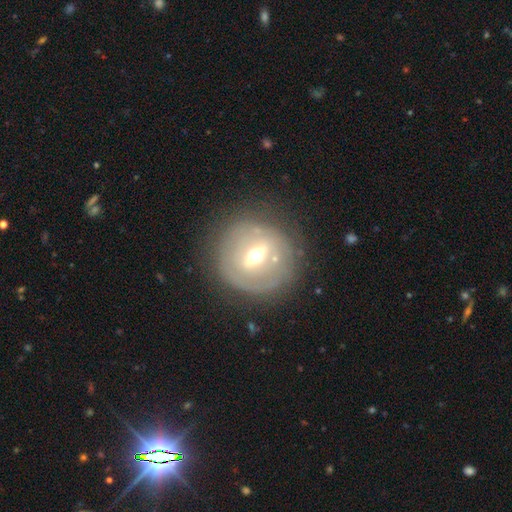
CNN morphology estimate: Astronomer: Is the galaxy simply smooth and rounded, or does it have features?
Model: featured or disk — 68%.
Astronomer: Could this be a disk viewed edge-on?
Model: no — 89%.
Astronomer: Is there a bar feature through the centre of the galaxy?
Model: weak — 42% (runner-up: strong, 41%).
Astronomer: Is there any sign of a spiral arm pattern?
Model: no — 62% (runner-up: yes, 38%).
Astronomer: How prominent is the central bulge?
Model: moderate — 70%.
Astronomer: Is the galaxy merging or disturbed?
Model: none — 75%.